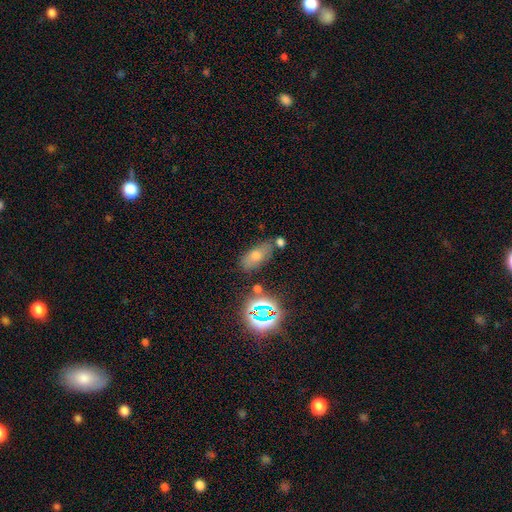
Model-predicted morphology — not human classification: Smooth or featured? smooth (50%)
How rounded? in between (78%)
Merging? none (73%)